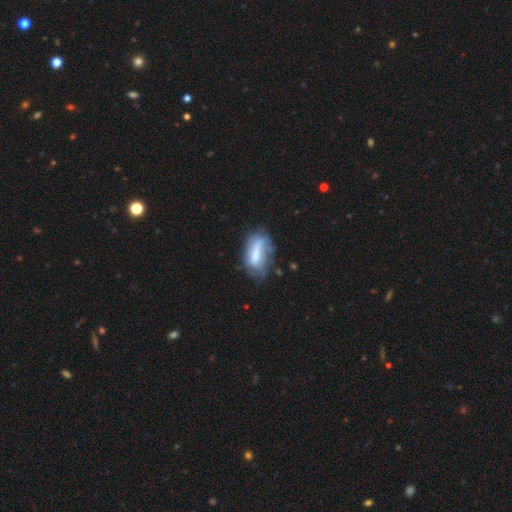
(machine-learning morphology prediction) This appears to be a smooth galaxy with no disk features (53%) that is in between round and cigar-shaped (83%). Merging: none (46%).